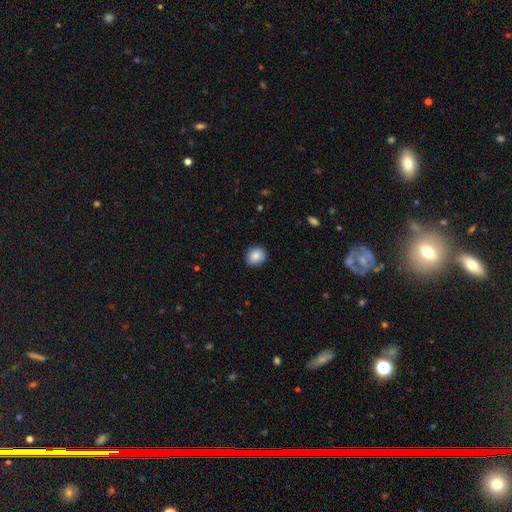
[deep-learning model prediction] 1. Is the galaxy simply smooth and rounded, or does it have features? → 86% smooth, 8% star or artifact, 6% featured or disk.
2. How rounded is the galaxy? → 76% round, 23% in between, 1% cigar-shaped.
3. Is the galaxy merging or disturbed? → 85% none, 11% minor disturbance, 2% major disturbance, 1% merger.